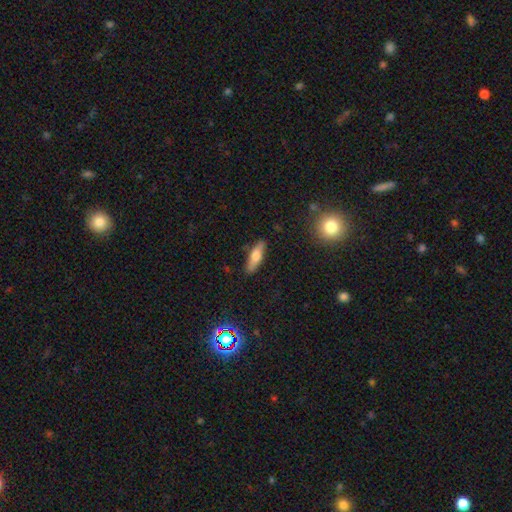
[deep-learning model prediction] A smooth galaxy with no disk features (66%) that is cigar-shaped (55%).

Vote fractions:
- Smooth or featured? smooth: 66% / featured or disk: 27% / star or artifact: 7%
- How rounded? cigar-shaped: 55% / in between: 43% / round: 2%
- Merging? none: 84% / minor disturbance: 12% / major disturbance: 2% / merger: 2%